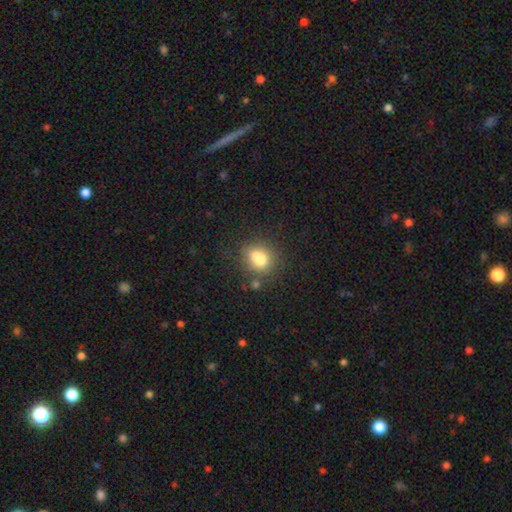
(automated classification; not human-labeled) Smooth or featured? smooth (71%)
How rounded? round (66%)
Merging? none (47%)